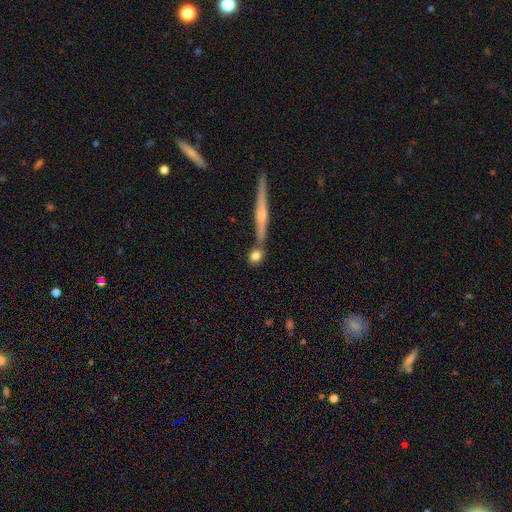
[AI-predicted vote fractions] Smooth or featured: smooth — 77% (featured or disk — 15%)
How rounded: round — 52% (in between — 35%)
Merging: none — 66% (merger — 19%)